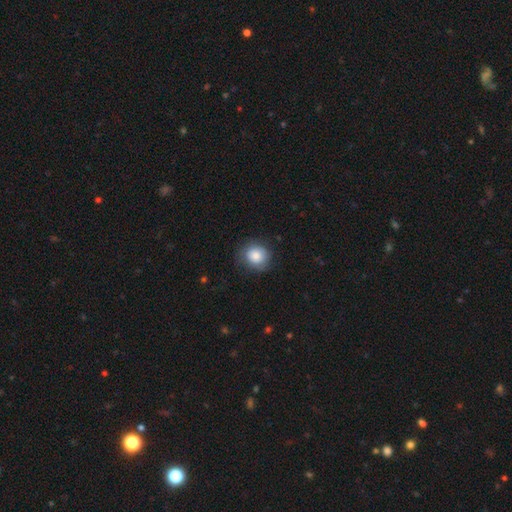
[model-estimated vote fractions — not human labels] This appears to be a smooth galaxy with no disk features (82%) that is round (83%). Merging: none (77%).